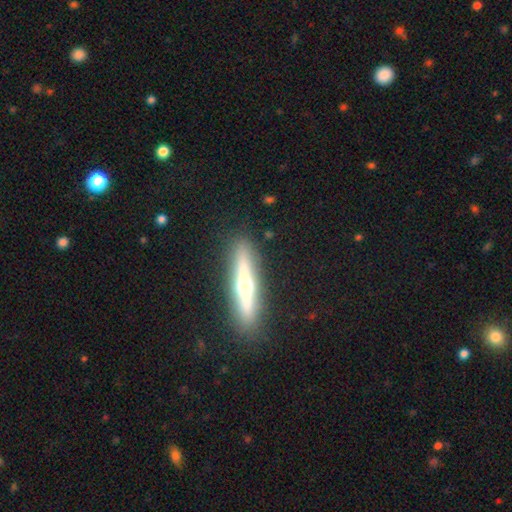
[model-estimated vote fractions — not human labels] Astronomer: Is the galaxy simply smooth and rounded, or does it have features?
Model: featured or disk — 60%.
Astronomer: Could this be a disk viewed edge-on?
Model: yes — 90%.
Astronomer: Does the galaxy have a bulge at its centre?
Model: rounded — 87%.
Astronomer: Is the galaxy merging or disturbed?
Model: none — 86%.